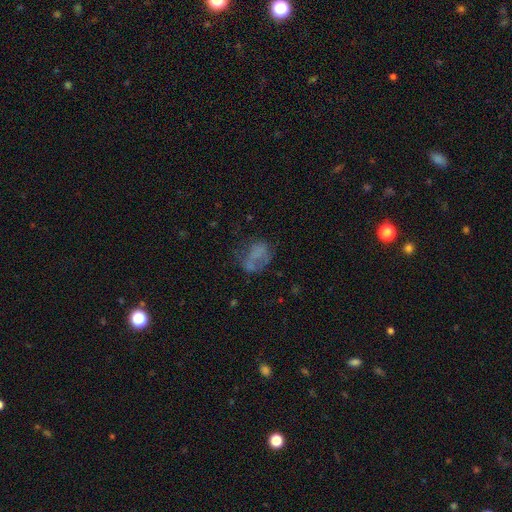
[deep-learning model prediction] Smooth or featured: smooth — 52% (featured or disk — 31%)
How rounded: in between — 69% (round — 29%)
Merging: none — 39% (major disturbance — 30%)